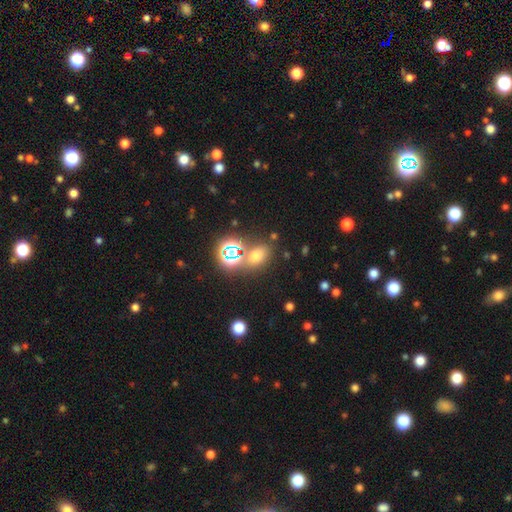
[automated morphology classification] This is possibly a smooth galaxy (59%). How rounded: likely in between (67%). Merging: likely none (71%).